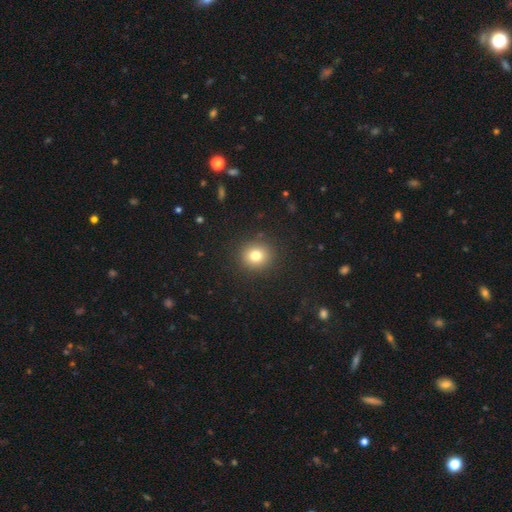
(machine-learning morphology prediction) Overall: smooth (80%). How rounded: round (87%). Merging: none (90%).